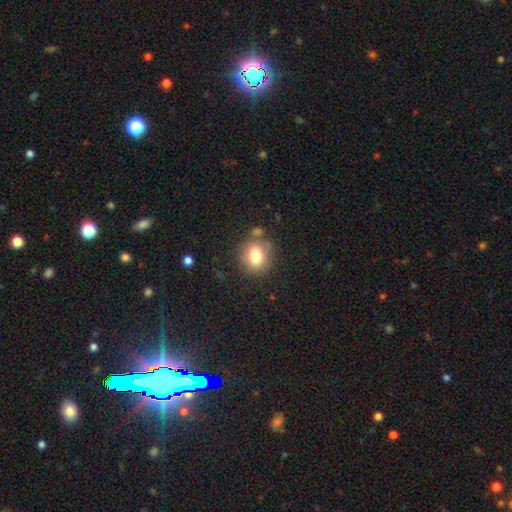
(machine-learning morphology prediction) Overall: smooth (78%). How rounded: round (71%). Merging: none (74%).